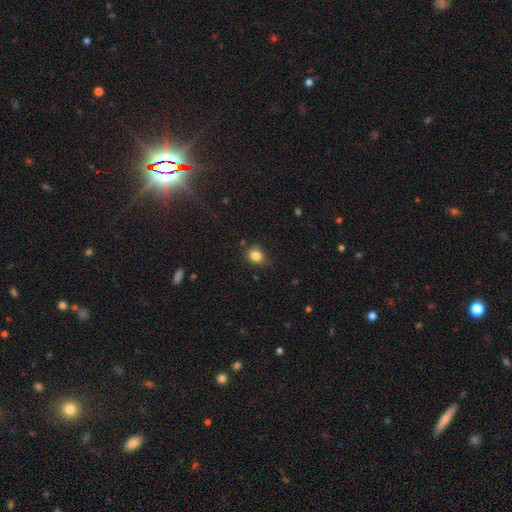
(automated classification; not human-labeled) A smooth galaxy with no disk features (84%) that is round (67%).

Vote fractions:
- Smooth or featured? smooth: 84% / star or artifact: 11% / featured or disk: 5%
- How rounded? round: 67% / in between: 32% / cigar-shaped: 1%
- Merging? none: 74% / minor disturbance: 19% / major disturbance: 4% / merger: 2%